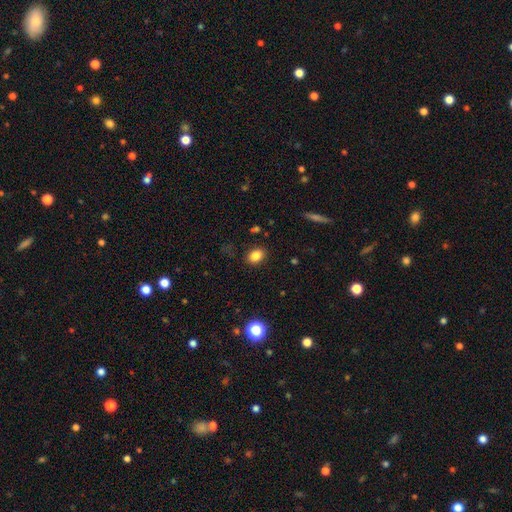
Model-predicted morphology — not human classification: Smooth or featured: smooth — 84% (star or artifact — 11%)
How rounded: in between — 62% (round — 37%)
Merging: none — 87% (minor disturbance — 9%)